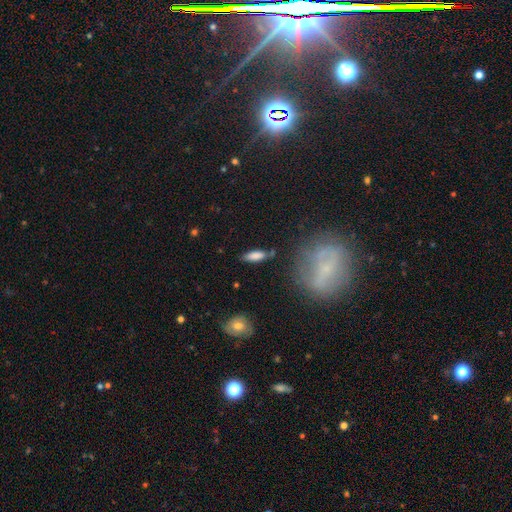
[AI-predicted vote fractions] smooth 82%, featured or disk 11%, star or artifact 7%. Down the decision tree: how rounded — in between (60%); merging — none (77%).